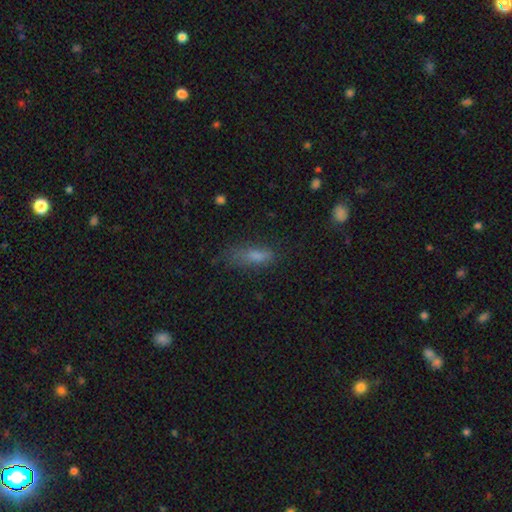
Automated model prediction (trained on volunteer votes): smooth-or-featured: smooth: 72% | featured or disk: 15% | star or artifact: 12%
  how-rounded: in between: 58% | cigar-shaped: 39% | round: 3%
  merging: none: 53% | minor disturbance: 27% | major disturbance: 16% | merger: 3%